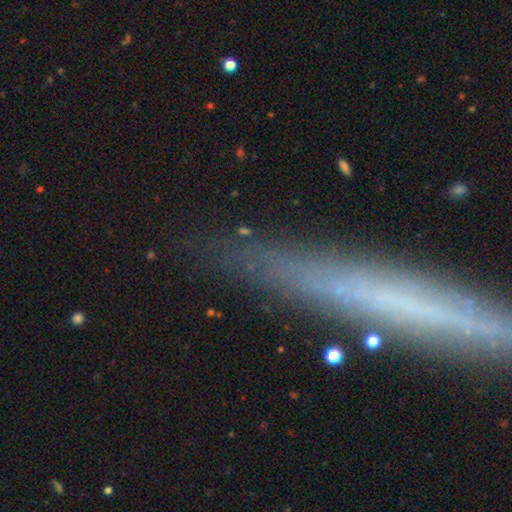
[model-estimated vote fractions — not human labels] Smooth or featured?
  - featured or disk: 54% *
  - smooth: 32%
  - star or artifact: 14%
Edge-on disk?
  - yes: 87% *
  - no: 13%
Merging?
  - none: 84% *
  - minor disturbance: 11%
  - major disturbance: 3%
  - merger: 2%